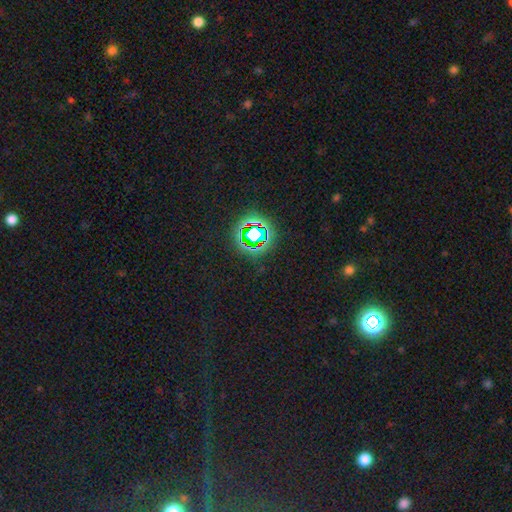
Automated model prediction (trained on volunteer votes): Smooth or featured? Predicted: star or artifact (p=0.77).